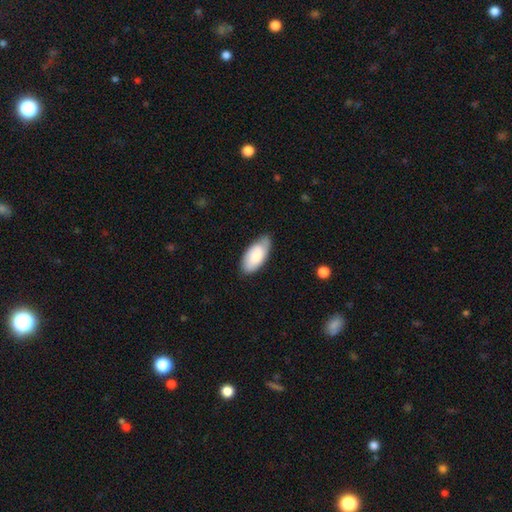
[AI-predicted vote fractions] smooth 74%, featured or disk 20%, star or artifact 6%. Down the decision tree: how rounded — in between (93%); merging — none (67%).